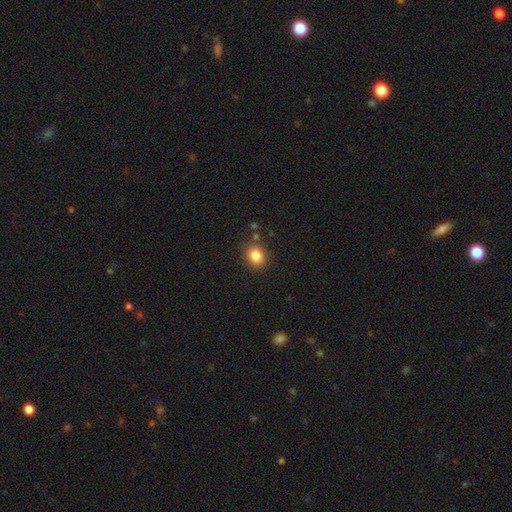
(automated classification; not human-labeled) A smooth galaxy with no disk features (84%) that is round (64%).

Vote fractions:
- Smooth or featured? smooth: 84% / star or artifact: 11% / featured or disk: 6%
- How rounded? round: 64% / in between: 35% / cigar-shaped: 1%
- Merging? none: 83% / minor disturbance: 10% / merger: 4% / major disturbance: 3%